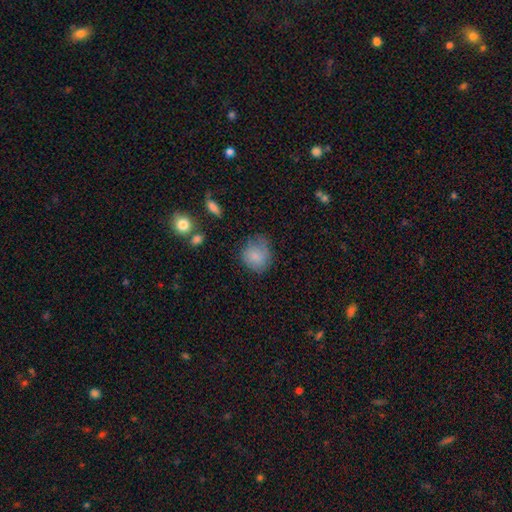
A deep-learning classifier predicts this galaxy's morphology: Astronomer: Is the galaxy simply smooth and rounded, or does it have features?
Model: smooth — 82%.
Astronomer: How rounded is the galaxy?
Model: round — 75%.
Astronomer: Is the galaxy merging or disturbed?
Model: none — 60%.